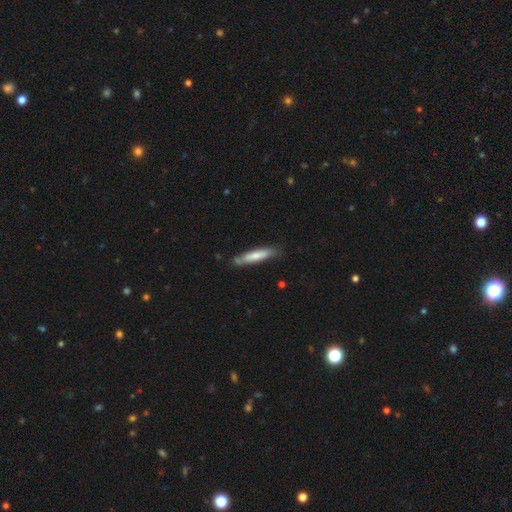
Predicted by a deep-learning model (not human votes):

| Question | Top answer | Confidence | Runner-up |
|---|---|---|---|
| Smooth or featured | smooth | 71% | featured or disk (24%) |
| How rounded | cigar-shaped | 86% | in between (13%) |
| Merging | none | 74% | minor disturbance (18%) |